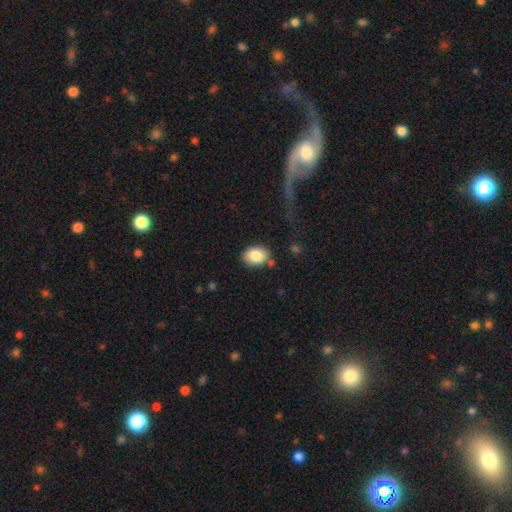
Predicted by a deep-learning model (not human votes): Smooth or featured? Predicted: smooth (p=0.84). How rounded? Predicted: in between (p=0.75). Merging? Predicted: none (p=0.80).